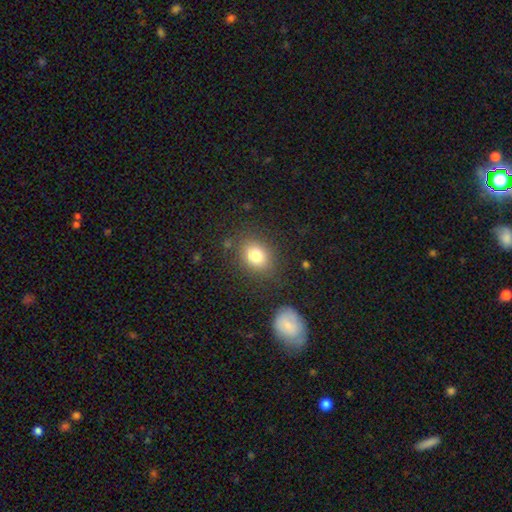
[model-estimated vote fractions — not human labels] smooth_or_featured: smooth (p=0.80) [alt: star or artifact p=0.10]
how_rounded: in between (p=0.52) [alt: round p=0.47]
merging: none (p=0.81) [alt: minor disturbance p=0.11]